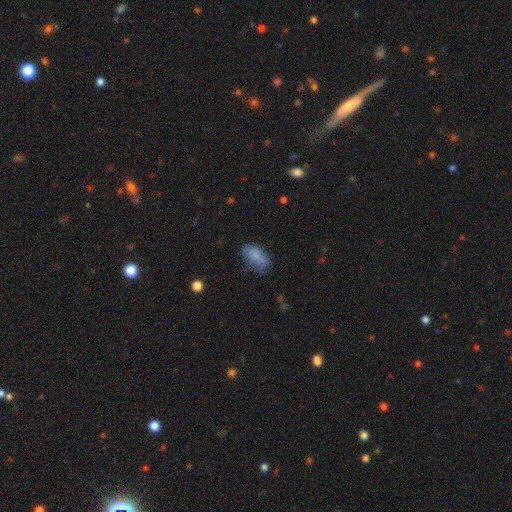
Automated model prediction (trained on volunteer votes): Q: Smooth or featured?
A: smooth (75%); runner-up: featured or disk (15%)
Q: How rounded?
A: in between (91%); runner-up: round (6%)
Q: Merging?
A: none (48%); runner-up: minor disturbance (32%)